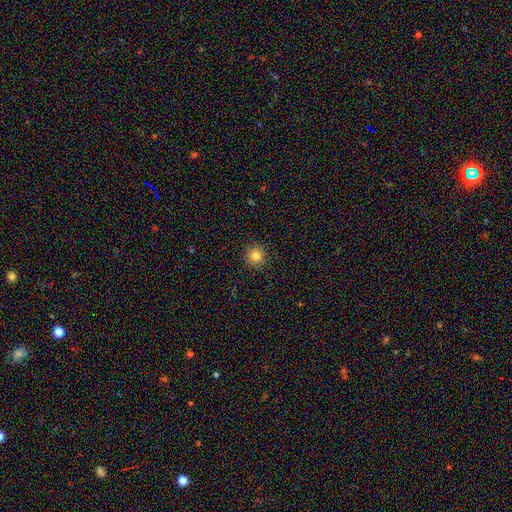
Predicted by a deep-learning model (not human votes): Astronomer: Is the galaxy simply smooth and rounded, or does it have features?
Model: smooth — 82%.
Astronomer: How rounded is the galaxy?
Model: round — 95%.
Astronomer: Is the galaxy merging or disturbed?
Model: none — 92%.